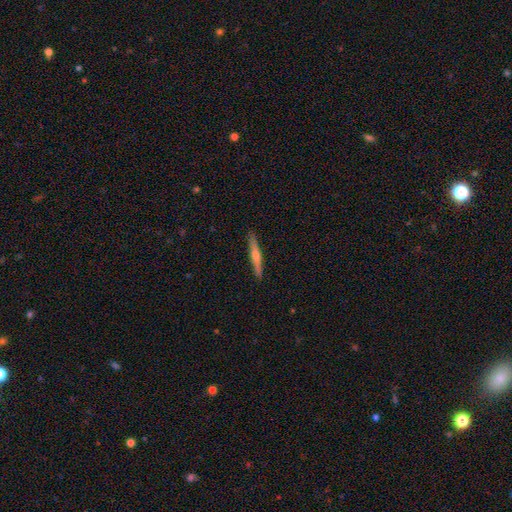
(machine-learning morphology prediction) A featured or disk galaxy (65%) viewed edge-on (97%) with a rounded central bulge (79%).

Vote fractions:
- Smooth or featured? featured or disk: 65% / smooth: 29% / star or artifact: 6%
- Edge-on disk? yes: 97% / no: 3%
- Edge-on bulge? rounded: 79% / none: 15% / boxy: 5%
- Merging? none: 91% / minor disturbance: 7% / major disturbance: 1% / merger: 1%